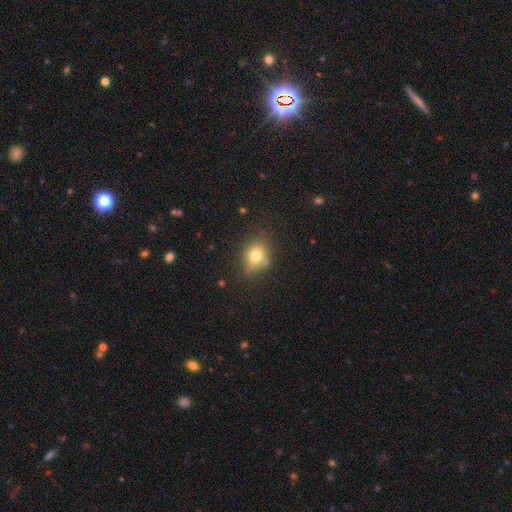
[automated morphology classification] A smooth galaxy with no disk features (74%) that is round (65%).

Vote fractions:
- Smooth or featured? smooth: 74% / star or artifact: 14% / featured or disk: 13%
- How rounded? round: 65% / in between: 34% / cigar-shaped: 1%
- Merging? none: 70% / minor disturbance: 21% / major disturbance: 6% / merger: 4%